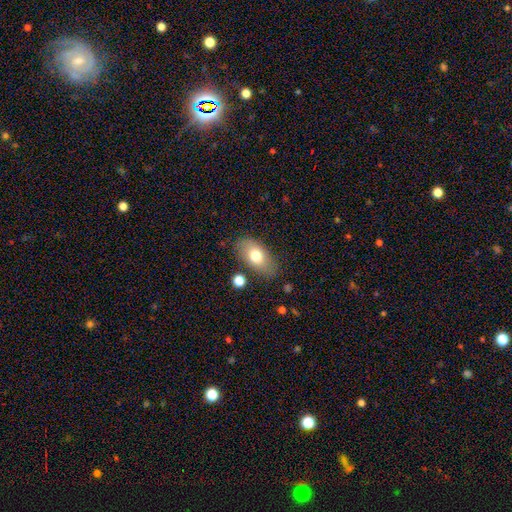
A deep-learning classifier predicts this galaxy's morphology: A smooth galaxy with no disk features (73%) that is in between round and cigar-shaped (90%).

Vote fractions:
- Smooth or featured? smooth: 73% / featured or disk: 20% / star or artifact: 7%
- How rounded? in between: 90% / round: 6% / cigar-shaped: 3%
- Merging? none: 78% / minor disturbance: 15% / major disturbance: 4% / merger: 3%